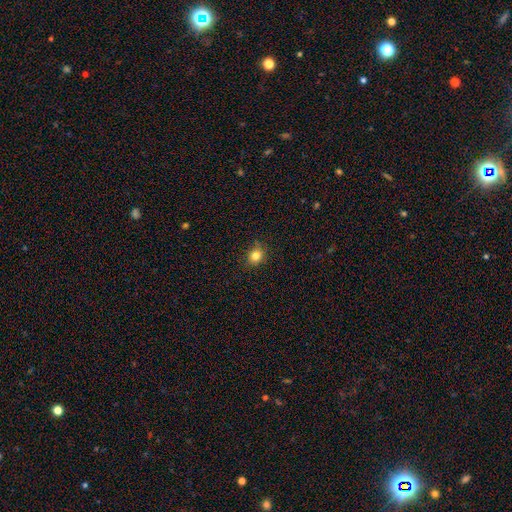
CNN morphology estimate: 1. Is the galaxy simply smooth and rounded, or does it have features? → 82% smooth, 13% star or artifact, 6% featured or disk.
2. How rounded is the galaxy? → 81% round, 18% in between, 1% cigar-shaped.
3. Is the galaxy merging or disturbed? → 84% none, 12% minor disturbance, 3% major disturbance, 1% merger.